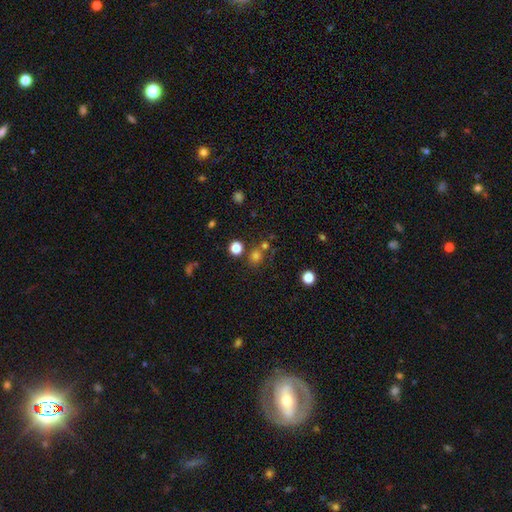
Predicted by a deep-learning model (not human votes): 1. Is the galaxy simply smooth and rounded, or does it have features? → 72% smooth, 21% star or artifact, 7% featured or disk.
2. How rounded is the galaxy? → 86% round, 13% in between, 1% cigar-shaped.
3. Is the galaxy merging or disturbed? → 69% none, 18% merger, 9% minor disturbance, 4% major disturbance.